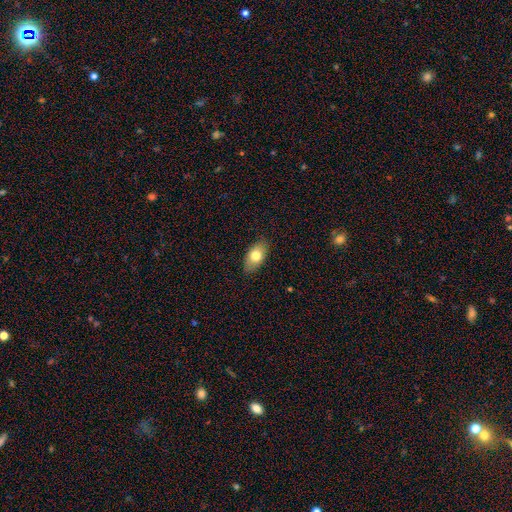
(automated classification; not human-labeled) Smooth or featured? smooth (76%)
How rounded? in between (91%)
Merging? none (86%)